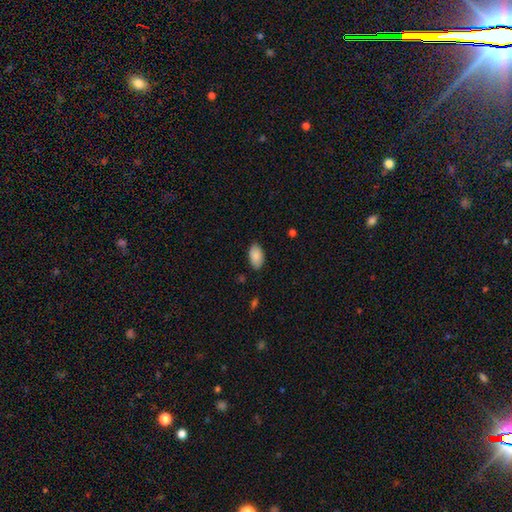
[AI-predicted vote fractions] smooth 89%, star or artifact 6%, featured or disk 5%. Down the decision tree: how rounded — in between (94%); merging — none (84%).